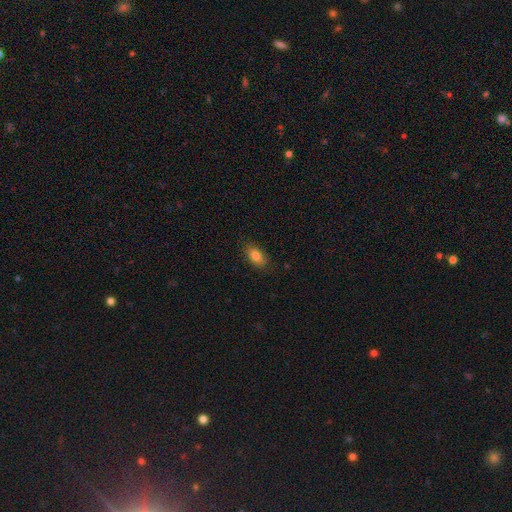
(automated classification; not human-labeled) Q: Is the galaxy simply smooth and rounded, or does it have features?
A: smooth — 82%.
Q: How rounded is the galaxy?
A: in between — 89%.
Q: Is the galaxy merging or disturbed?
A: none — 85%.